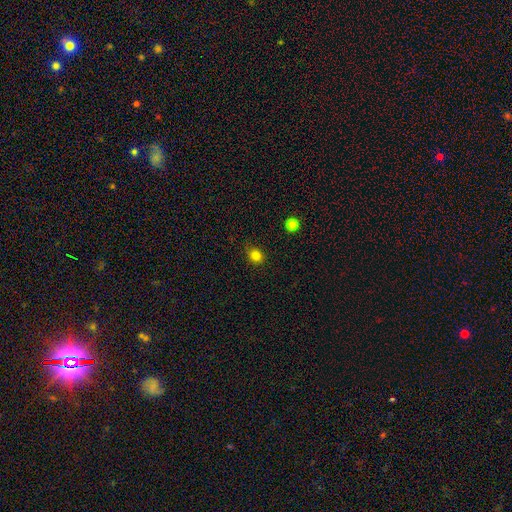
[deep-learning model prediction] smooth_or_featured: smooth (p=0.81) [alt: star or artifact p=0.14]
how_rounded: round (p=0.76) [alt: in between p=0.23]
merging: none (p=0.83) [alt: minor disturbance p=0.13]